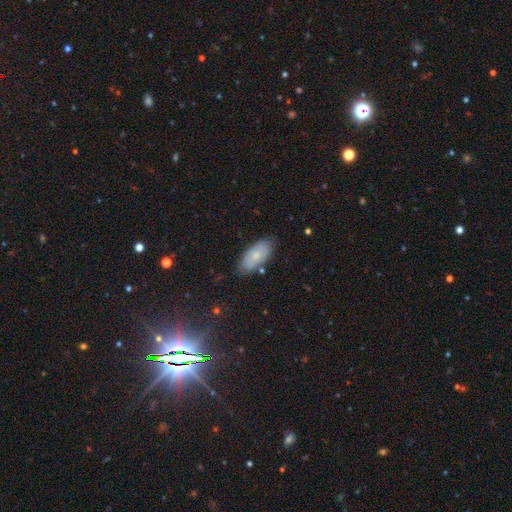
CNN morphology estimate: Smooth or featured? Predicted: smooth (p=0.71). How rounded? Predicted: in between (p=0.91). Merging? Predicted: none (p=0.78).